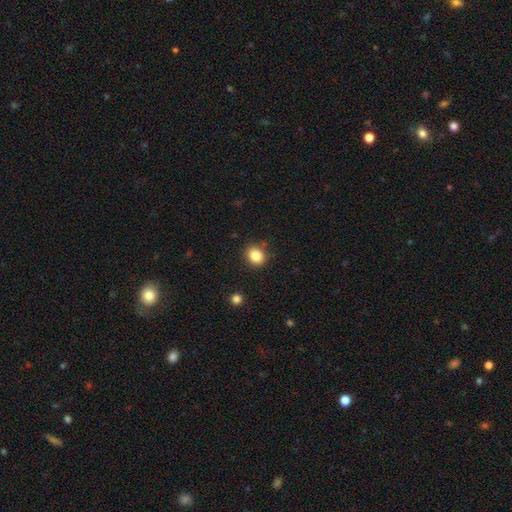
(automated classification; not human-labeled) Smooth or featured? Predicted: smooth (p=0.84). How rounded? Predicted: round (p=0.69). Merging? Predicted: none (p=0.86).